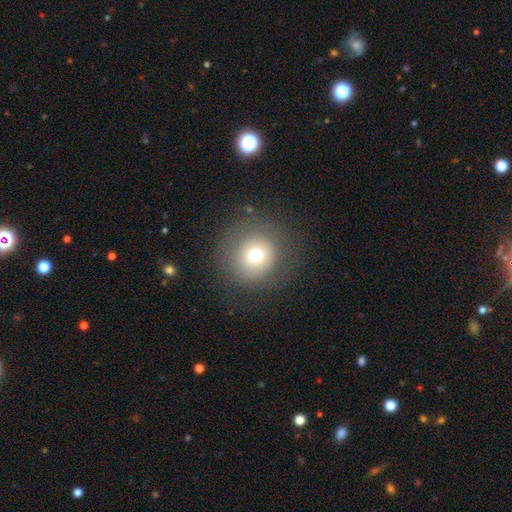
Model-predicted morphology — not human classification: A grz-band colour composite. It shows a smooth galaxy with no disk features (69%) that is round (93%). Merging: none (80%).